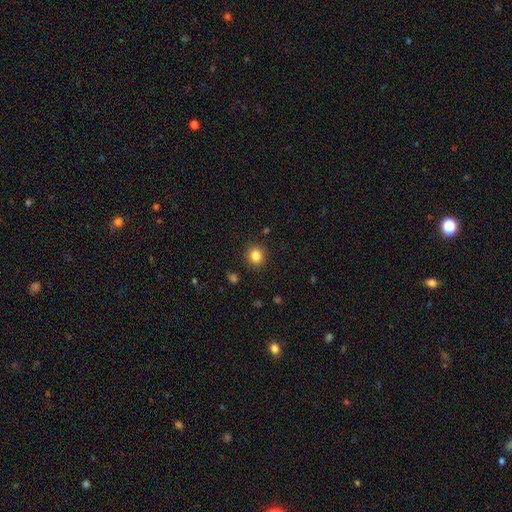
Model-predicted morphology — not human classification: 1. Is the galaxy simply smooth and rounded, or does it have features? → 84% smooth, 11% star or artifact, 5% featured or disk.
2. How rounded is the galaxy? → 83% round, 17% in between, 1% cigar-shaped.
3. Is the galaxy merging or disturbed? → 89% none, 7% minor disturbance, 2% major disturbance, 1% merger.